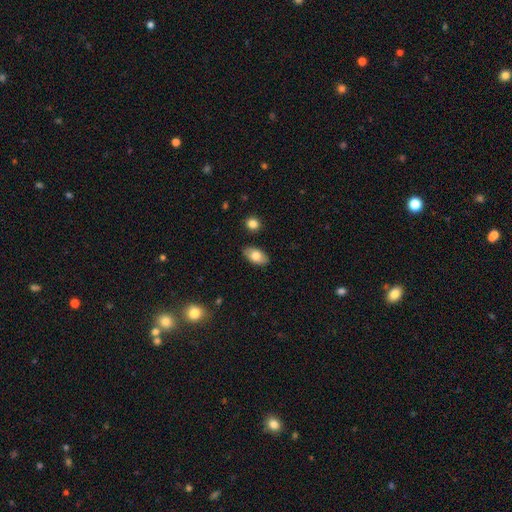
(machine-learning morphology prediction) This is likely a smooth galaxy (76%). How rounded: clearly in between (93%). Merging: clearly none (86%).